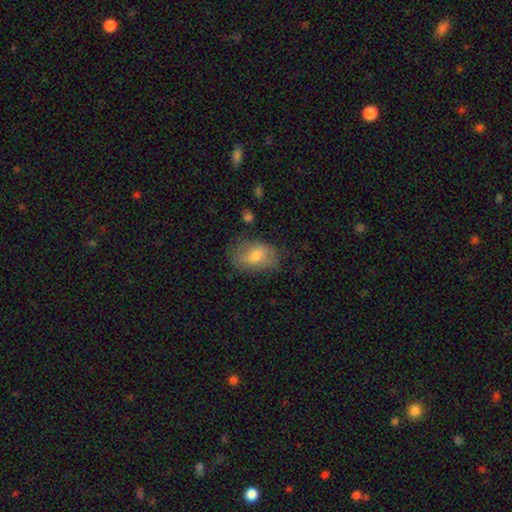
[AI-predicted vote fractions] Smooth or featured?
  - smooth: 69% *
  - featured or disk: 23%
  - star or artifact: 8%
How rounded?
  - in between: 83% *
  - round: 16%
  - cigar-shaped: 2%
Merging?
  - none: 71% *
  - minor disturbance: 21%
  - major disturbance: 6%
  - merger: 2%